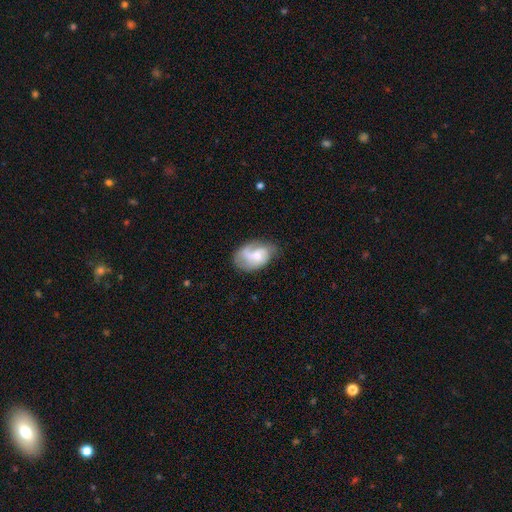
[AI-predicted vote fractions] This is likely a featured or disk galaxy (60%). It is clearly not viewed edge-on (97%). Bar: possibly no (56%). Spiral arm pattern: clearly yes (86%). Spiral arm count: possibly 2 (49%). Spiral winding: marginally medium (41%). Central bulge: possibly small (48%). Merging: possibly none (55%).